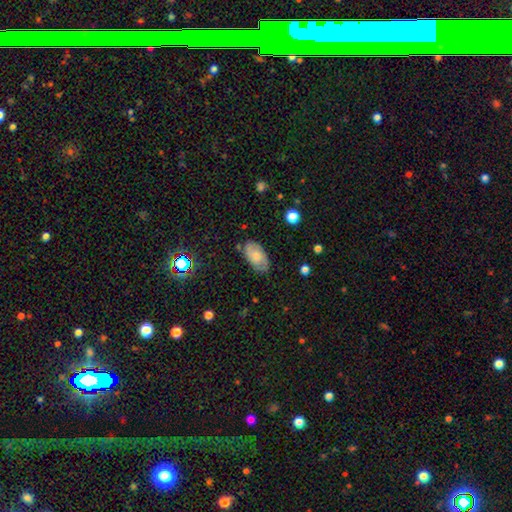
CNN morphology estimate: smooth-or-featured: smooth: 53% | featured or disk: 38% | star or artifact: 9%
  how-rounded: in between: 93% | round: 5% | cigar-shaped: 2%
  merging: none: 76% | minor disturbance: 18% | major disturbance: 4% | merger: 2%